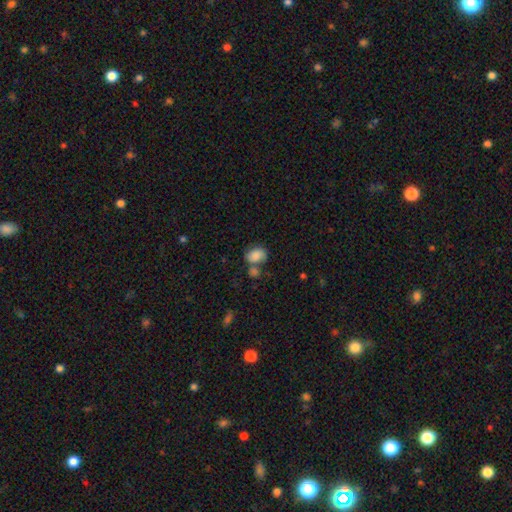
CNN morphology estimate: This is clearly a smooth galaxy (82%). How rounded: likely in between (72%). Merging: marginally none (42%).